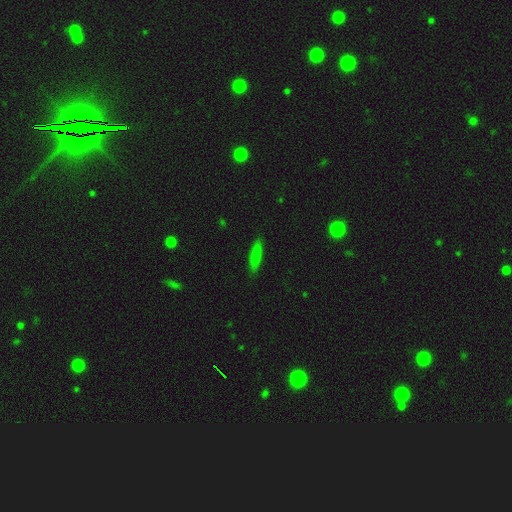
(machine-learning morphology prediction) A smooth galaxy with no disk features (79%) that is cigar-shaped (76%). Merging: none (87%).